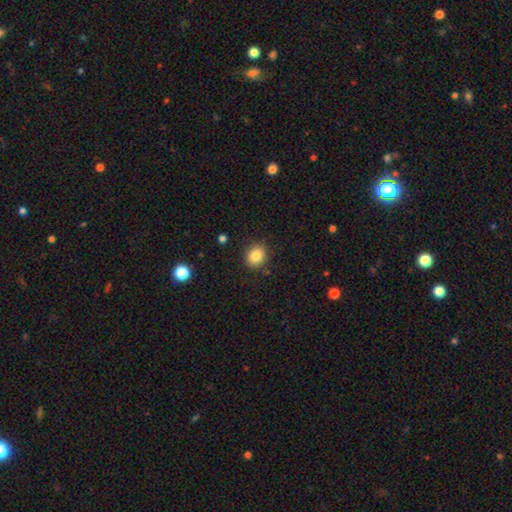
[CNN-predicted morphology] Overall: smooth (84%). How rounded: round (66%; in between 33%). Merging: none (87%).